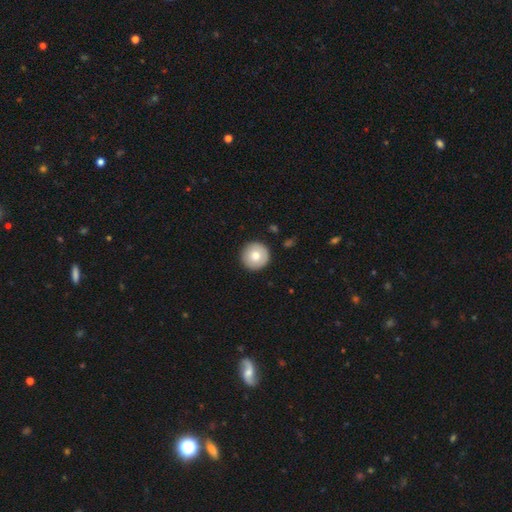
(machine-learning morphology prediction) Smooth or featured: smooth — 76% (featured or disk — 17%)
How rounded: round — 97% (in between — 3%)
Merging: none — 92% (minor disturbance — 5%)